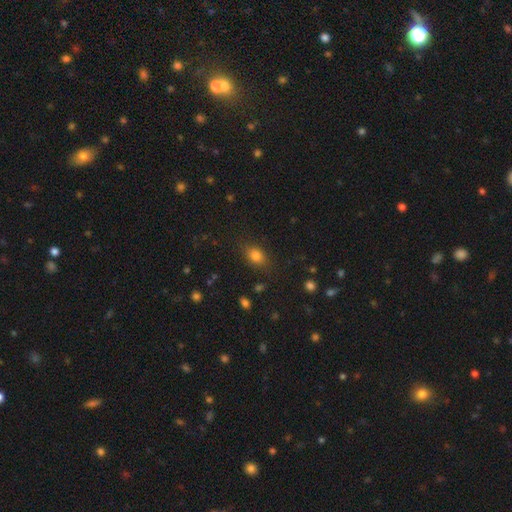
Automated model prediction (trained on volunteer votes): Smooth or featured: smooth — 80% (star or artifact — 13%)
How rounded: in between — 65% (round — 33%)
Merging: none — 80% (minor disturbance — 14%)